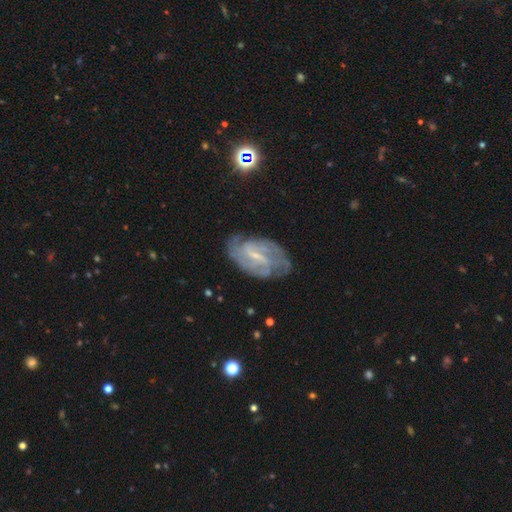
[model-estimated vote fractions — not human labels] Overall: featured or disk (81%). Edge-on disk: no (96%). Bar: weak (54%; strong 31%). Spiral arms: yes (90%). Spiral arm count: can't tell (37%; 2 35%). Spiral winding: tight (47%; medium 38%). Bulge size: small (62%). Merging: none (68%).